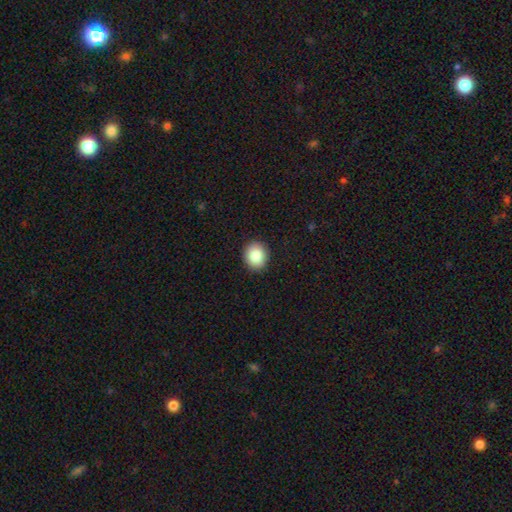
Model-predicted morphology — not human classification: A smooth galaxy with no disk features (87%) that is round (66%). Merging: none (91%).